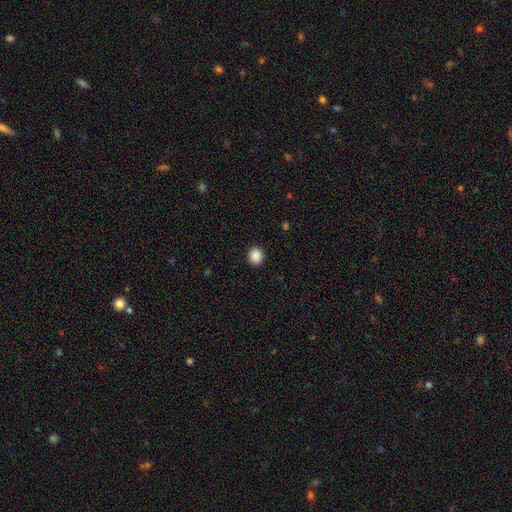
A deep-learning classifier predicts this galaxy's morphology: Smooth or featured? Predicted: smooth (p=0.89). How rounded? Predicted: round (p=0.83). Merging? Predicted: none (p=0.92).